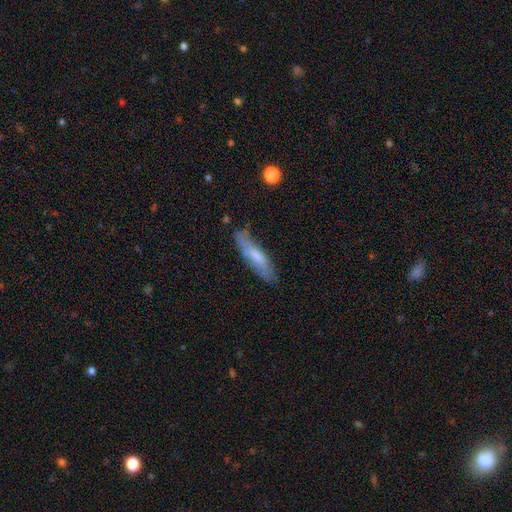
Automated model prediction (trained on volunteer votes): A smooth galaxy with no disk features (63%) that is cigar-shaped (70%).

Vote fractions:
- Smooth or featured? smooth: 63% / featured or disk: 31% / star or artifact: 6%
- How rounded? cigar-shaped: 70% / in between: 29% / round: 1%
- Merging? none: 72% / minor disturbance: 20% / major disturbance: 5% / merger: 2%